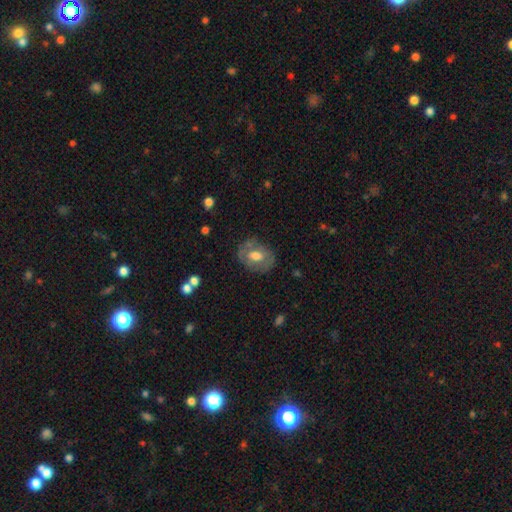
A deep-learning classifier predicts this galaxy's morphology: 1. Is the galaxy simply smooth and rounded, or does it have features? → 47% smooth, 45% featured or disk, 8% star or artifact.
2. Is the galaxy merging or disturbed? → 75% none, 17% minor disturbance, 6% major disturbance, 2% merger.